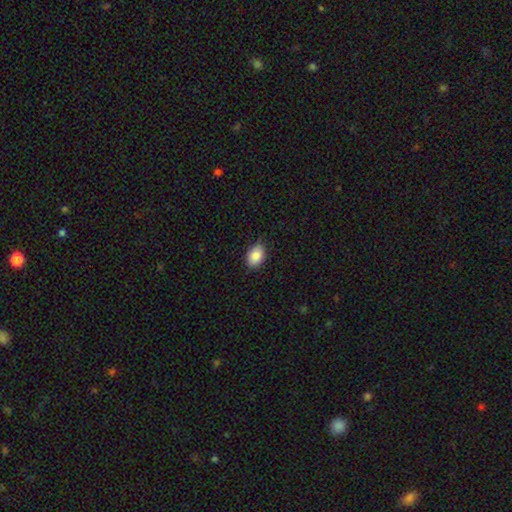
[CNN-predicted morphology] smooth 86%, star or artifact 8%, featured or disk 7%. Down the decision tree: how rounded — in between (83%); merging — none (84%).